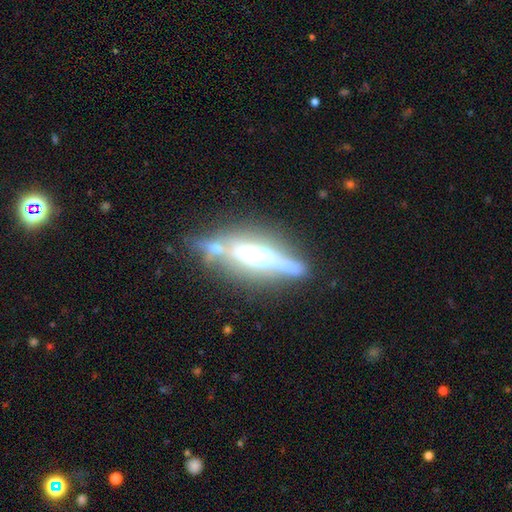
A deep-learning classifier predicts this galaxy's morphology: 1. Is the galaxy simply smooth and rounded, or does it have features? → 77% featured or disk, 15% smooth, 8% star or artifact.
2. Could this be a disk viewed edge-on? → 84% yes, 16% no.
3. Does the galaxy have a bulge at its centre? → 50% rounded, 38% boxy, 13% none.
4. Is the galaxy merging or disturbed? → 58% none, 19% minor disturbance, 12% merger, 10% major disturbance.